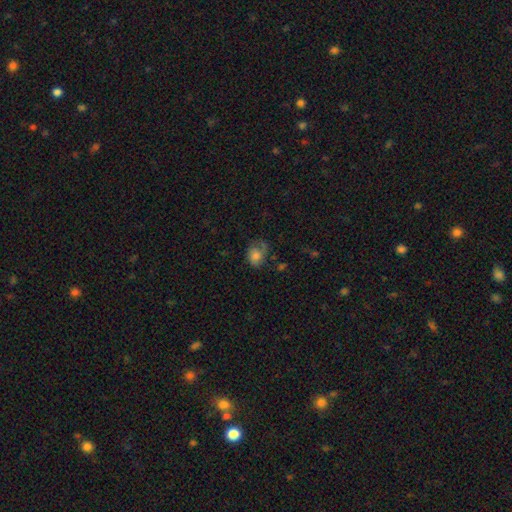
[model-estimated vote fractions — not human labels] smooth_or_featured: smooth (p=0.67) [alt: featured or disk p=0.23]
how_rounded: in between (p=0.54) [alt: round p=0.45]
merging: none (p=0.47) [alt: minor disturbance p=0.30]